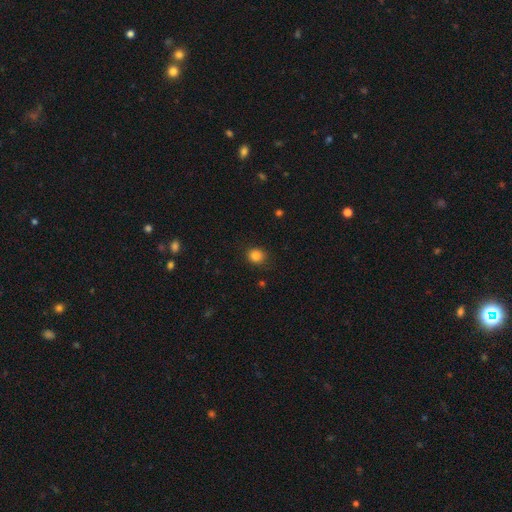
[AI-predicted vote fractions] This appears to be a smooth galaxy with no disk features (85%) that is round (81%). Merging: none (86%).